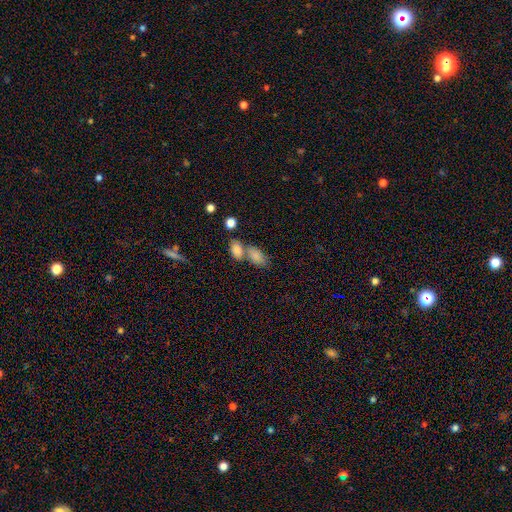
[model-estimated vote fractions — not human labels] Morphology: type=smooth (82%); roundness=in between (91%); merging=merger (47%).